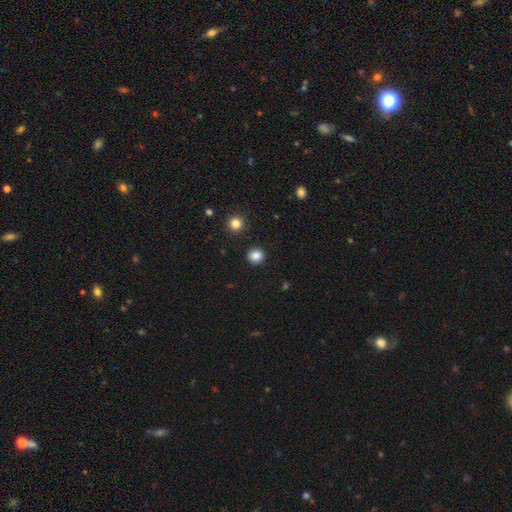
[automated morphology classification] Q: Smooth or featured?
A: smooth (85%); runner-up: star or artifact (11%)
Q: How rounded?
A: round (92%); runner-up: in between (7%)
Q: Merging?
A: none (92%); runner-up: minor disturbance (5%)